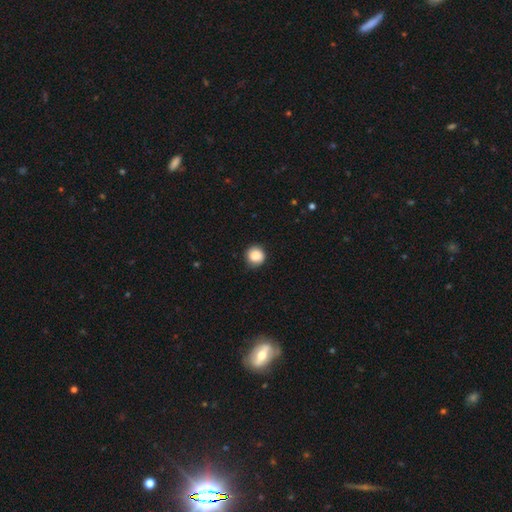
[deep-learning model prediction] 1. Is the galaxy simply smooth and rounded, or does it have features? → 86% smooth, 8% star or artifact, 5% featured or disk.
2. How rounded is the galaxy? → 92% round, 7% in between, 1% cigar-shaped.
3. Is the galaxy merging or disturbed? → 82% none, 14% minor disturbance, 3% major disturbance, 1% merger.